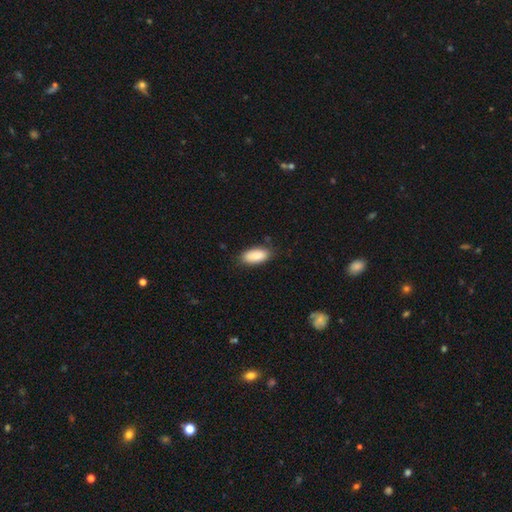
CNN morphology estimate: Overall: smooth (88%). How rounded: in between (89%). Merging: none (81%).